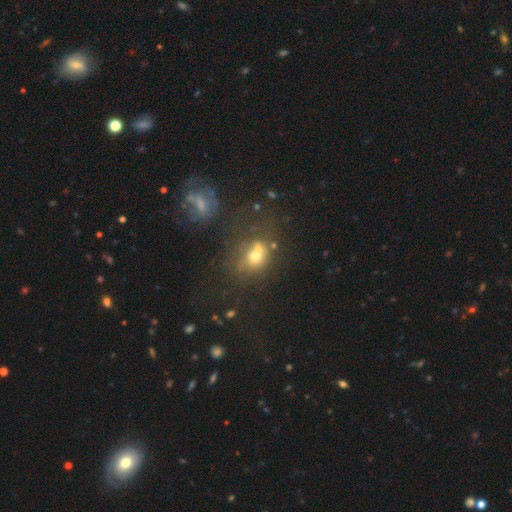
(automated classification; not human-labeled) Q: Smooth or featured?
A: smooth (57%); runner-up: featured or disk (22%)
Q: How rounded?
A: in between (49%); tied with: round (49%)
Q: Merging?
A: none (40%); runner-up: merger (29%)